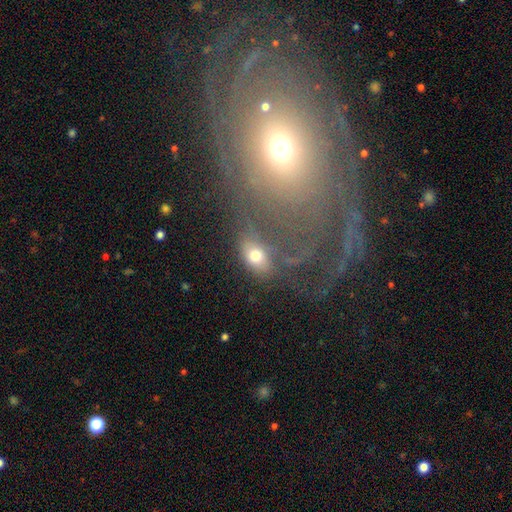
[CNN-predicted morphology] smooth-or-featured: smooth: 62% | featured or disk: 22% | star or artifact: 16%
  how-rounded: in between: 74% | round: 21% | cigar-shaped: 5%
  merging: none: 48% | minor disturbance: 18% | major disturbance: 18% | merger: 16%